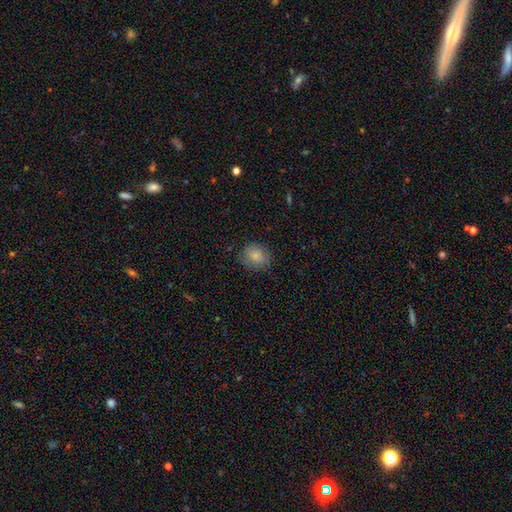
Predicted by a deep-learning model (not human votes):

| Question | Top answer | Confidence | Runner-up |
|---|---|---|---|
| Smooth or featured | smooth | 83% | star or artifact (9%) |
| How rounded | round | 67% | in between (32%) |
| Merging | none | 80% | minor disturbance (15%) |